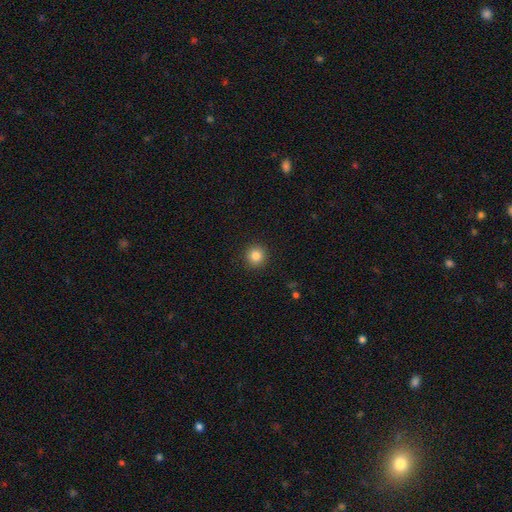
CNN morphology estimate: smooth 83%, star or artifact 11%, featured or disk 6%. Down the decision tree: how rounded — round (94%); merging — none (92%).